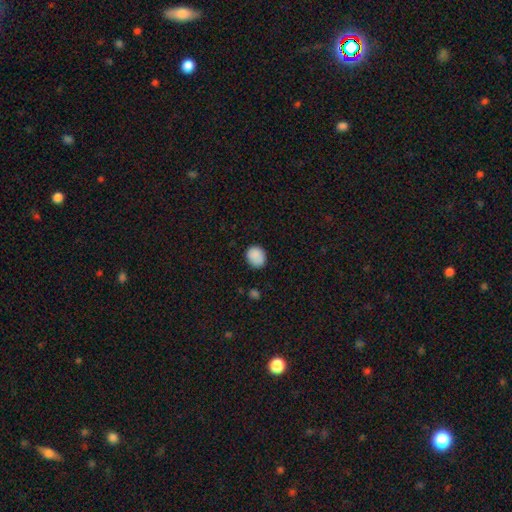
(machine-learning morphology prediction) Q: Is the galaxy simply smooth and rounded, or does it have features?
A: smooth — 88%.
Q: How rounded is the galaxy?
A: round — 66%.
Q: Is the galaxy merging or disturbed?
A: none — 81%.